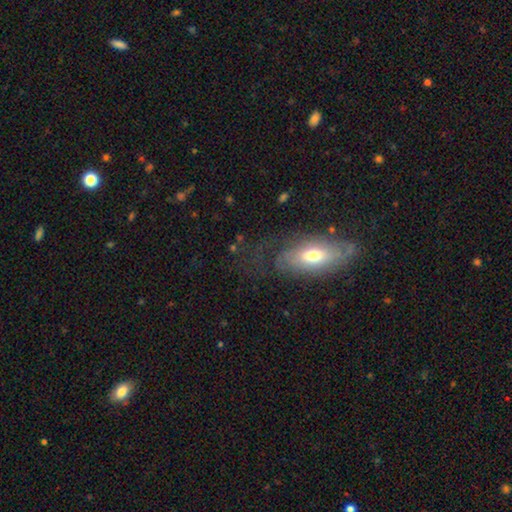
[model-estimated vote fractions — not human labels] Smooth or featured? Predicted: featured or disk (p=0.49). Merging? Predicted: none (p=0.57).